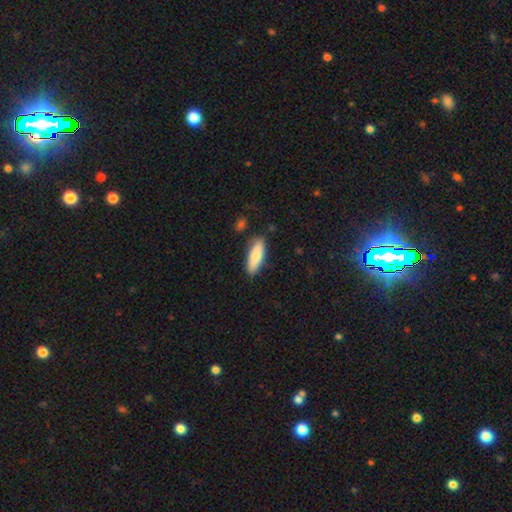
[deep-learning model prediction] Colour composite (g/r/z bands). It shows a smooth galaxy with no disk features (80%) that is in between round and cigar-shaped (50%). Merging: none (84%).